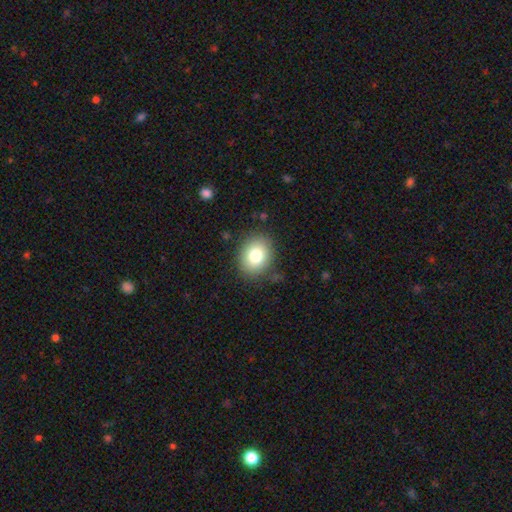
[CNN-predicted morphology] type=smooth (80%); roundness=round (56%); merging=none (85%).